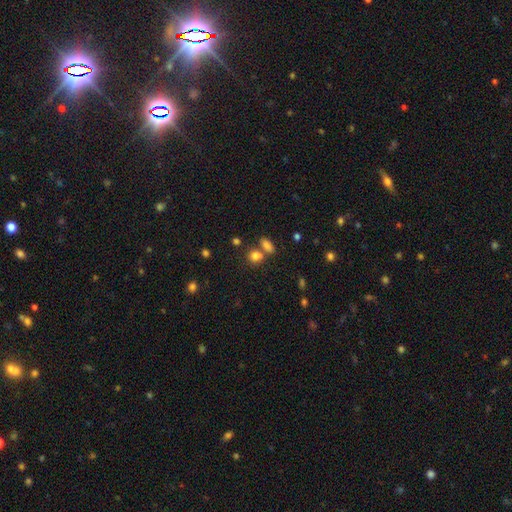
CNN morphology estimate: This appears to be a smooth galaxy with no disk features (80%) that is round (63%). Merging: none (54%).